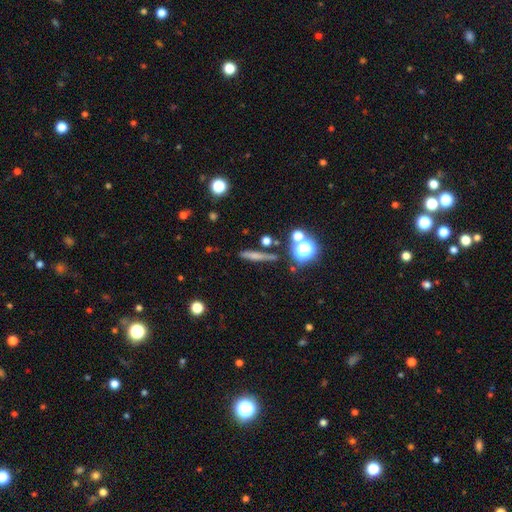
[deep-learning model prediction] Smooth or featured?
  - smooth: 54% *
  - featured or disk: 31%
  - star or artifact: 15%
How rounded?
  - cigar-shaped: 76% *
  - round: 13%
  - in between: 10%
Merging?
  - none: 82% *
  - minor disturbance: 10%
  - merger: 4%
  - major disturbance: 3%